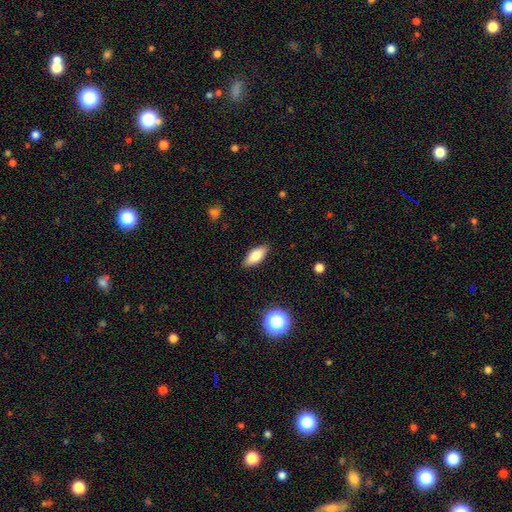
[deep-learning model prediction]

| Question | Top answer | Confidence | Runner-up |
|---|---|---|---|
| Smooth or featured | smooth | 75% | featured or disk (17%) |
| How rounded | in between | 80% | cigar-shaped (17%) |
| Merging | none | 88% | minor disturbance (9%) |